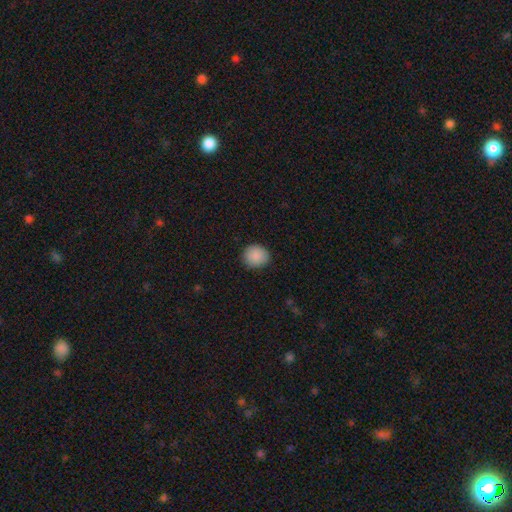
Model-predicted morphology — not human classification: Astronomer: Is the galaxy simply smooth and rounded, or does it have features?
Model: smooth — 89%.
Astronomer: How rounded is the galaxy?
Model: round — 78%.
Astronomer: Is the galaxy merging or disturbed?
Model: none — 88%.